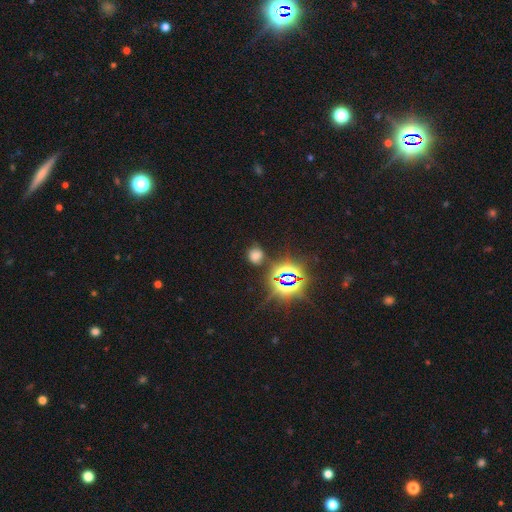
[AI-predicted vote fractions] smooth_or_featured: smooth (p=0.55) [alt: star or artifact p=0.38]
how_rounded: round (p=0.74) [alt: in between p=0.24]
merging: none (p=0.79) [alt: minor disturbance p=0.13]